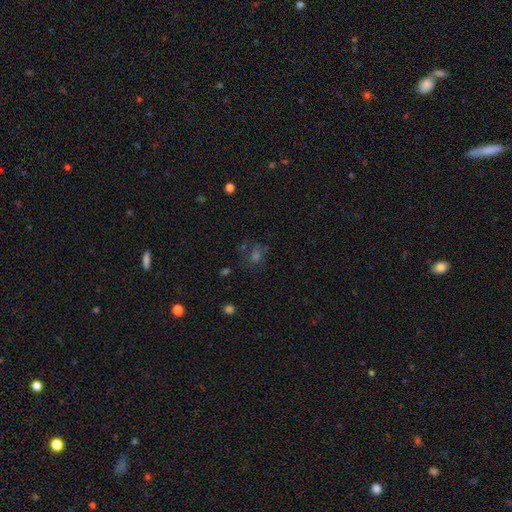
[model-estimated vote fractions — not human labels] This is marginally a star or artifact rather than a galaxy (41%).